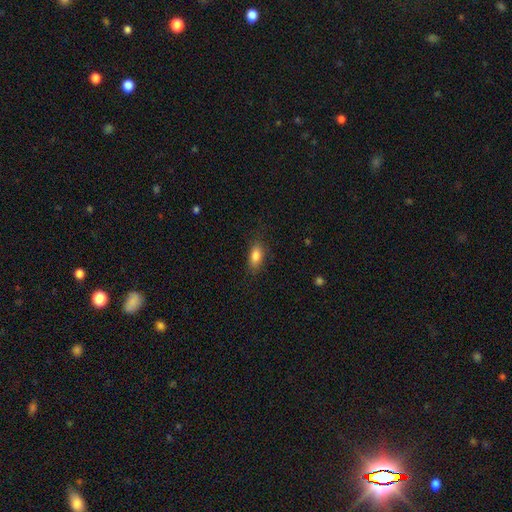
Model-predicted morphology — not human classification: This is clearly a smooth galaxy (83%). How rounded: clearly in between (84%). Merging: clearly none (81%).